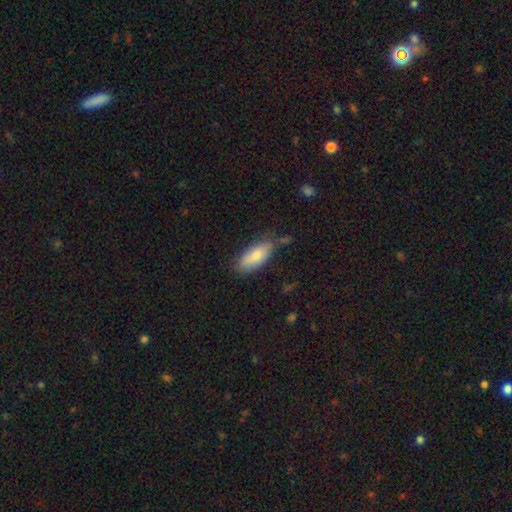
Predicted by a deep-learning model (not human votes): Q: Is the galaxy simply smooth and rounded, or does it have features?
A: smooth — 78%.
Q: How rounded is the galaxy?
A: in between — 82%.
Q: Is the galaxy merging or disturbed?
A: none — 63%.